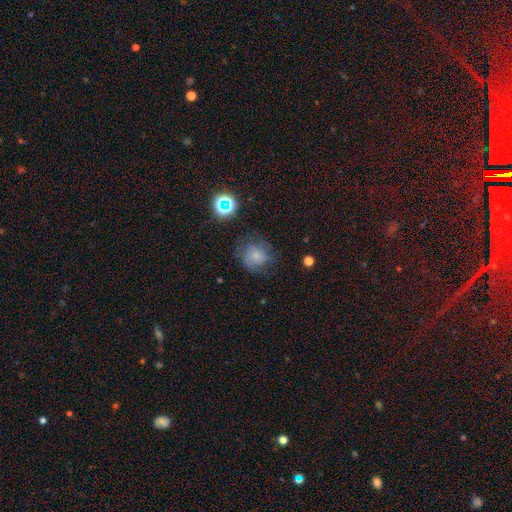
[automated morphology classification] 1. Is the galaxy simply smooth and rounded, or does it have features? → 67% smooth, 19% featured or disk, 14% star or artifact.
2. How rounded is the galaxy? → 85% round, 14% in between, 1% cigar-shaped.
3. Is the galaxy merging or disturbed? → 62% none, 22% minor disturbance, 14% major disturbance, 2% merger.